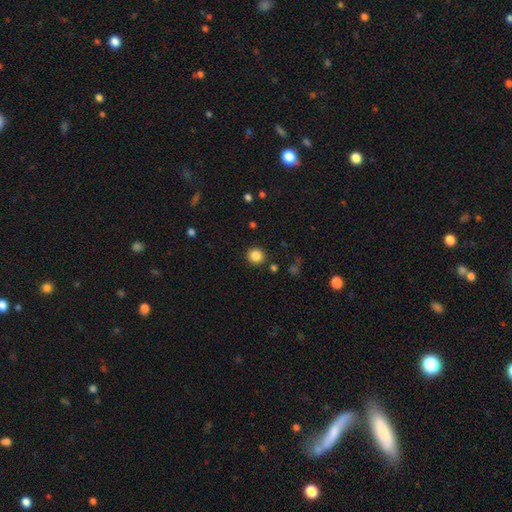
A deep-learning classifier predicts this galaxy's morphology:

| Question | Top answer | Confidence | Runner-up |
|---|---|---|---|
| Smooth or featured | smooth | 85% | star or artifact (11%) |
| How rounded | round | 92% | in between (7%) |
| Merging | none | 91% | minor disturbance (5%) |